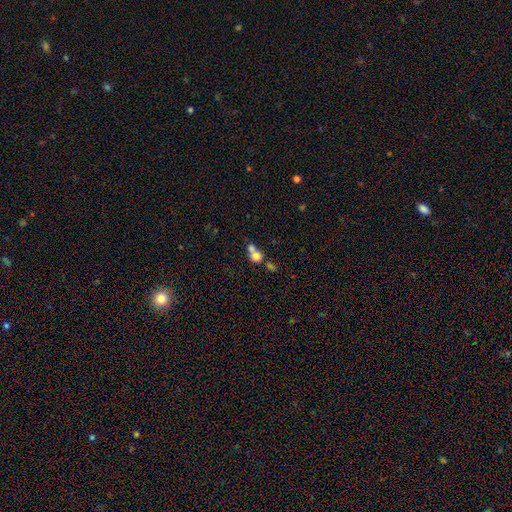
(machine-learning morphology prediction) Overall: smooth (72%). How rounded: round (74%). Merging: merger (67%).